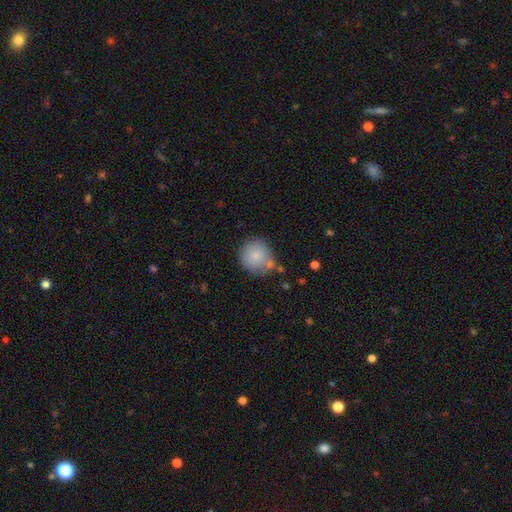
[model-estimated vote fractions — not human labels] smooth 81%, featured or disk 12%, star or artifact 8%. Down the decision tree: how rounded — round (92%); merging — none (66%).